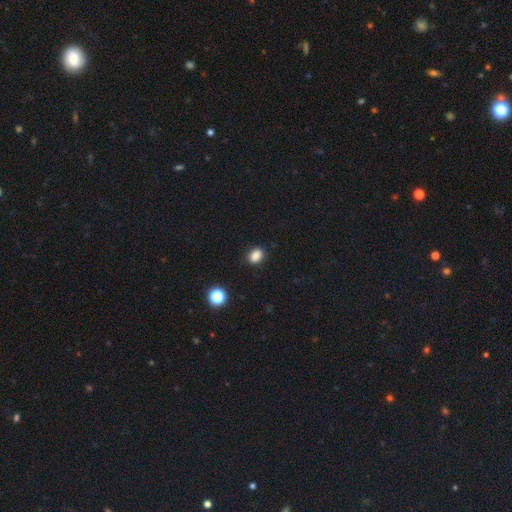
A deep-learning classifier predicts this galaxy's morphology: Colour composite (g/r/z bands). It shows a smooth galaxy with no disk features (85%) that is in between round and cigar-shaped (70%). Merging: none (87%).